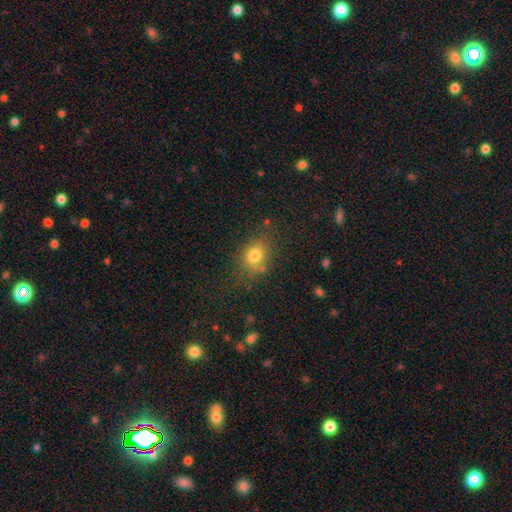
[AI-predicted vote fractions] A smooth galaxy with no disk features (78%) that is in between round and cigar-shaped (60%). Merging: none (72%).